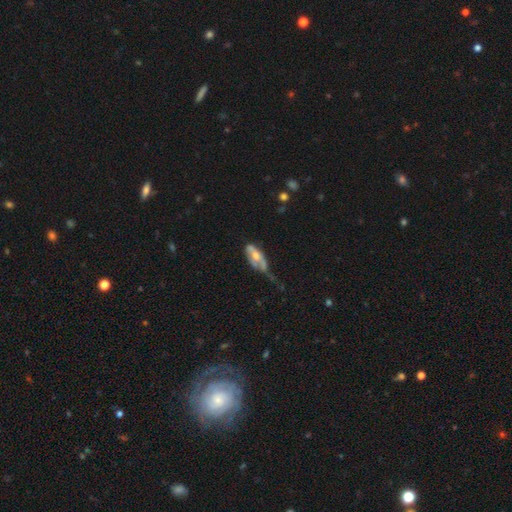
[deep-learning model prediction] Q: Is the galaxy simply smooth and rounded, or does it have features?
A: featured or disk — 55%.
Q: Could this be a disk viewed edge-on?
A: no — 80%.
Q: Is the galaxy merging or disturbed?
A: major disturbance — 39%.